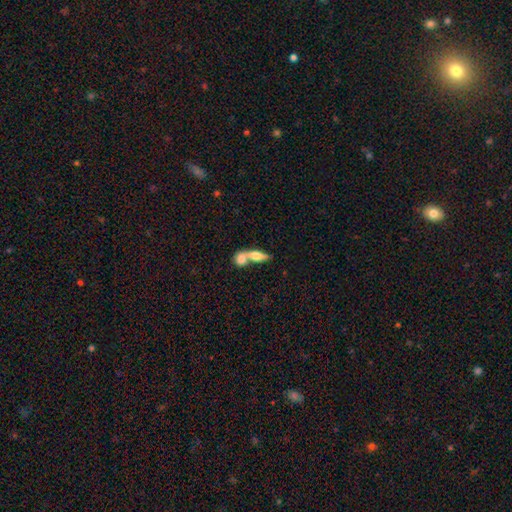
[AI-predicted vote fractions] smooth-or-featured: smooth: 65% | featured or disk: 28% | star or artifact: 7%
  how-rounded: in between: 61% | cigar-shaped: 27% | round: 12%
  merging: merger: 69% | none: 22% | minor disturbance: 6% | major disturbance: 4%